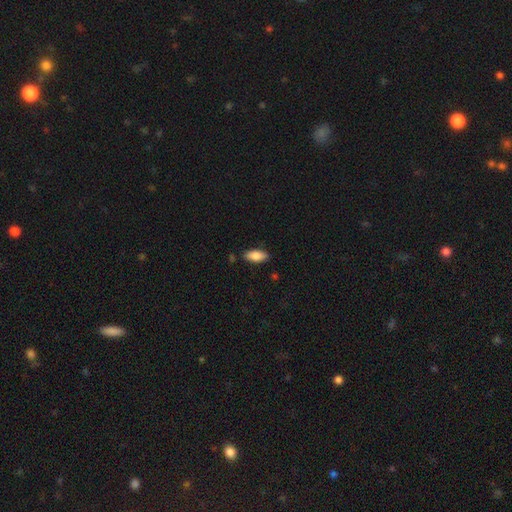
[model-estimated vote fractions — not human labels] Overall: smooth (84%). How rounded: in between (86%). Merging: none (84%).